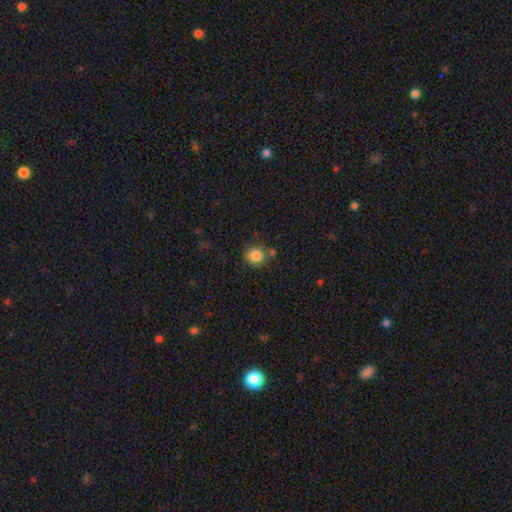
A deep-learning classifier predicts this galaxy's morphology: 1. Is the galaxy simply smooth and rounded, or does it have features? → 85% smooth, 10% star or artifact, 5% featured or disk.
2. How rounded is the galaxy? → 88% round, 11% in between, 1% cigar-shaped.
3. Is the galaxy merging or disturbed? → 75% none, 13% minor disturbance, 8% merger, 4% major disturbance.